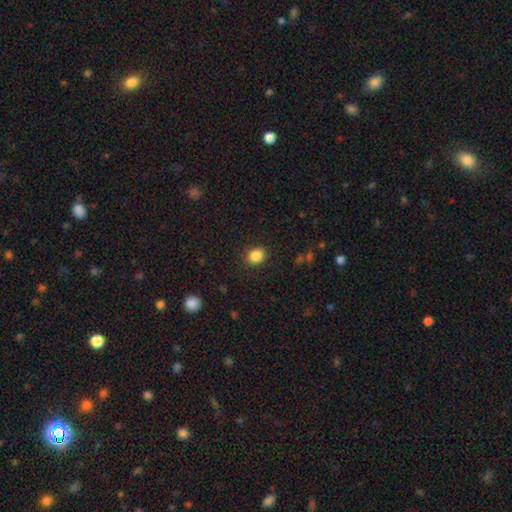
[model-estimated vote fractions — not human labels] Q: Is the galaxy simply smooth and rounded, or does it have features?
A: smooth — 86%.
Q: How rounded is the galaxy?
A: round — 62%.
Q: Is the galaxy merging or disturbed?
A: none — 89%.